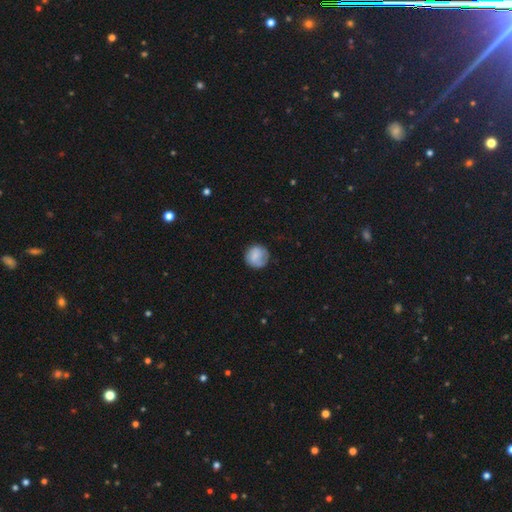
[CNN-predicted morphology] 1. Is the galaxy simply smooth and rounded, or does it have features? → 80% smooth, 12% featured or disk, 7% star or artifact.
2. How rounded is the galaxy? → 92% round, 7% in between, 1% cigar-shaped.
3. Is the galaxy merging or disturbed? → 77% none, 17% minor disturbance, 5% major disturbance, 1% merger.